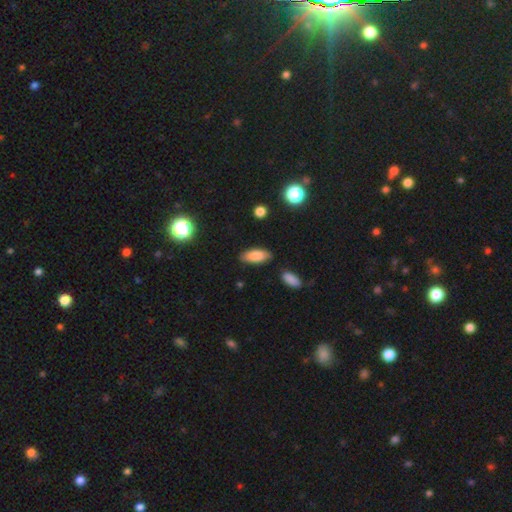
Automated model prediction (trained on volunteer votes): A smooth galaxy with no disk features (84%) that is in between round and cigar-shaped (83%). Merging: none (82%).